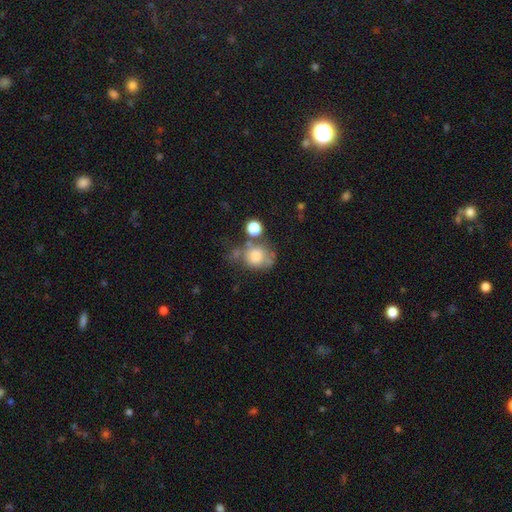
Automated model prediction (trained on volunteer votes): Q: Smooth or featured?
A: smooth (72%); runner-up: featured or disk (17%)
Q: How rounded?
A: round (62%); runner-up: in between (36%)
Q: Merging?
A: none (41%); runner-up: merger (22%)